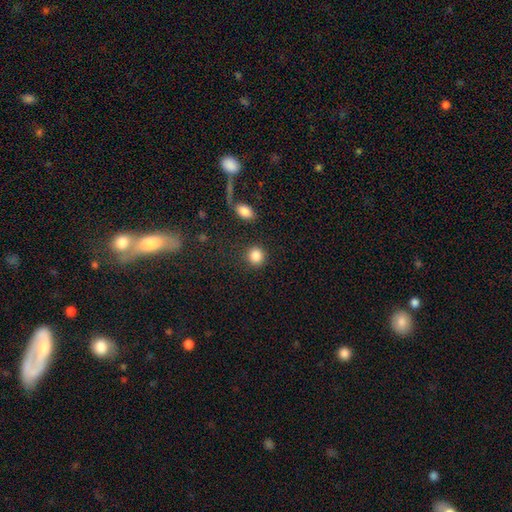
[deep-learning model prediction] Smooth or featured?
  - smooth: 87% *
  - star or artifact: 9%
  - featured or disk: 4%
How rounded?
  - round: 86% *
  - in between: 13%
  - cigar-shaped: 1%
Merging?
  - none: 85% *
  - minor disturbance: 8%
  - merger: 4%
  - major disturbance: 3%